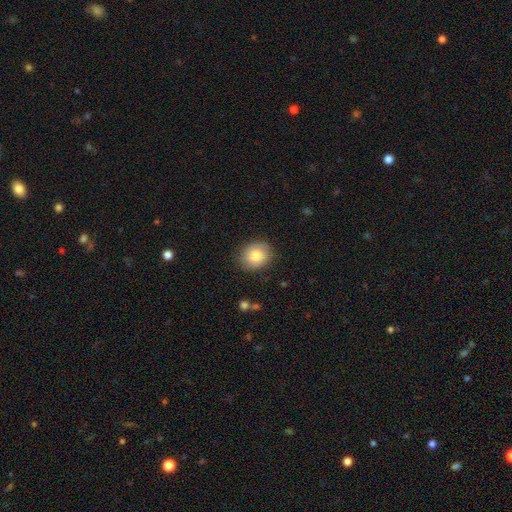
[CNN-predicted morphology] A smooth galaxy with no disk features (79%) that is round (63%). Merging: none (85%).